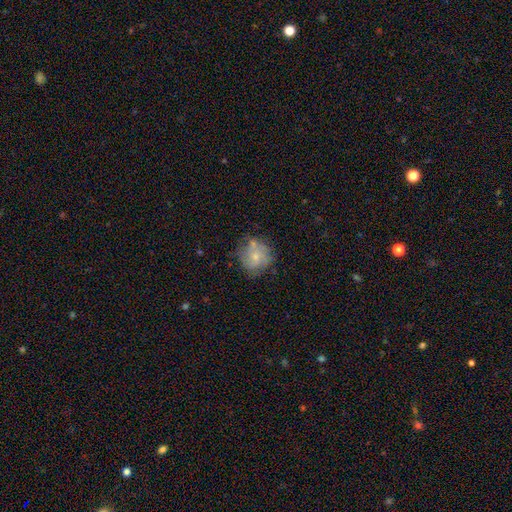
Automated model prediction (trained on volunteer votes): Q: Smooth or featured?
A: smooth (55%); runner-up: featured or disk (36%)
Q: How rounded?
A: round (81%); runner-up: in between (18%)
Q: Merging?
A: none (57%); runner-up: minor disturbance (25%)